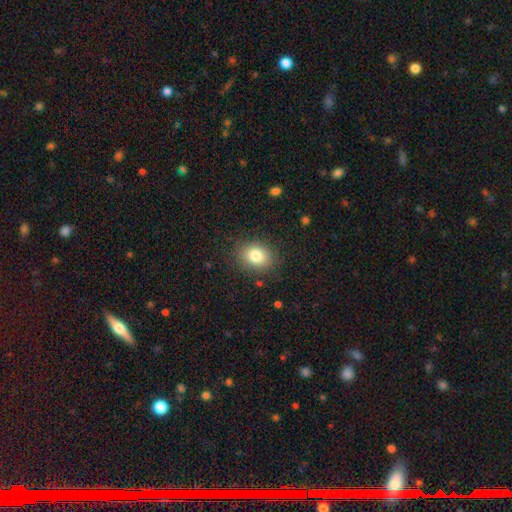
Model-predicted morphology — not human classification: The model was most divided on "how rounded": in between: 56%, round: 43%, cigar-shaped: 1%. More confident: merging — none (85%); smooth or featured — smooth (82%).